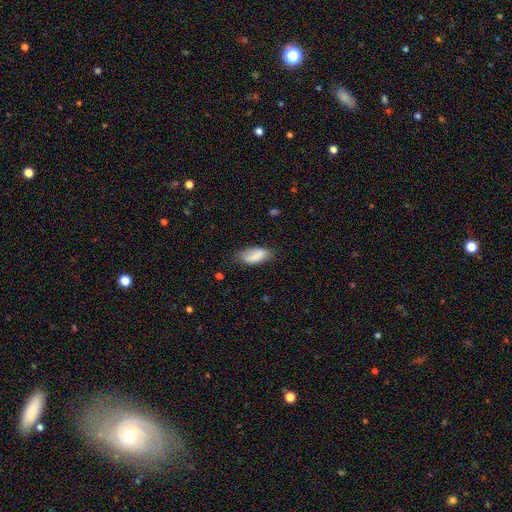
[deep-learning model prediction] Smooth or featured?
  - smooth: 82% *
  - featured or disk: 11%
  - star or artifact: 7%
How rounded?
  - in between: 89% *
  - cigar-shaped: 8%
  - round: 3%
Merging?
  - none: 61% *
  - minor disturbance: 29%
  - major disturbance: 7%
  - merger: 2%